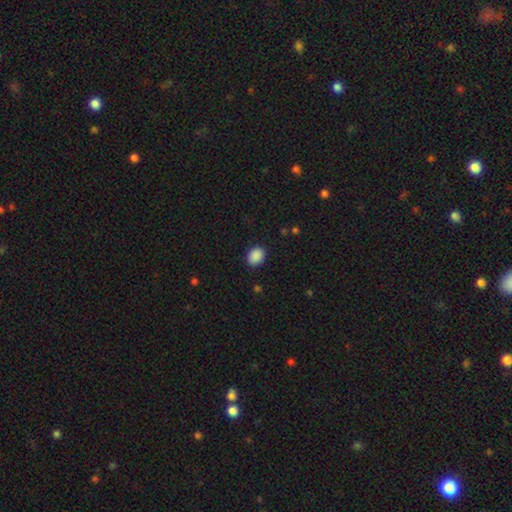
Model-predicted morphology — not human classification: smooth 89%, star or artifact 8%, featured or disk 2%. Down the decision tree: how rounded — in between (58%); merging — none (87%).